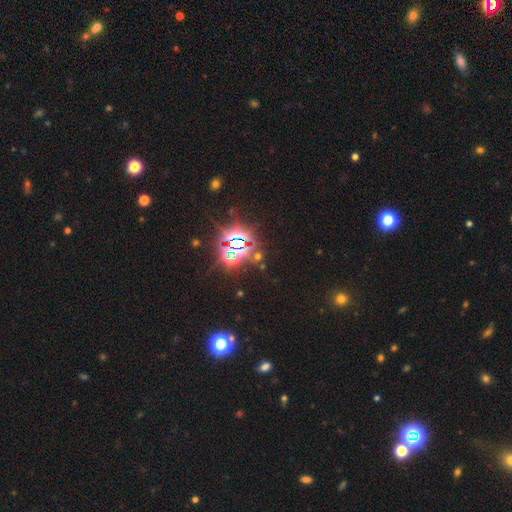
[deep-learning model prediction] A star or artifact, not a galaxy (82%).